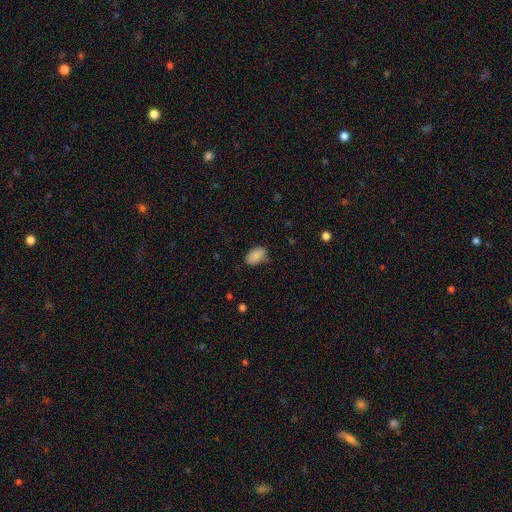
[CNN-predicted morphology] A smooth galaxy with no disk features (87%) that is in between round and cigar-shaped (90%). Merging: none (73%).